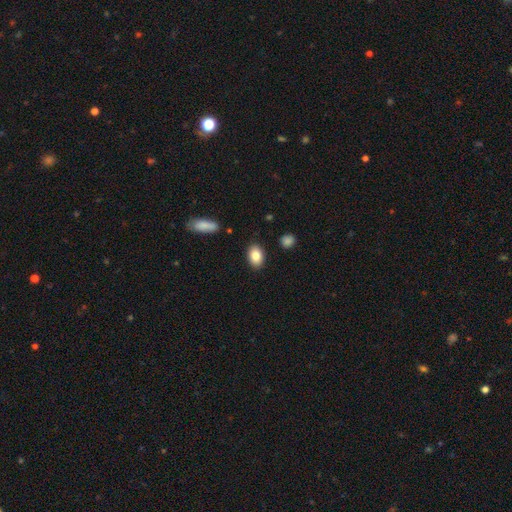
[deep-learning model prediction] A smooth galaxy with no disk features (84%) that is in between round and cigar-shaped (86%).

Vote fractions:
- Smooth or featured? smooth: 84% / featured or disk: 9% / star or artifact: 7%
- How rounded? in between: 86% / round: 13% / cigar-shaped: 2%
- Merging? none: 88% / minor disturbance: 8% / major disturbance: 2% / merger: 2%